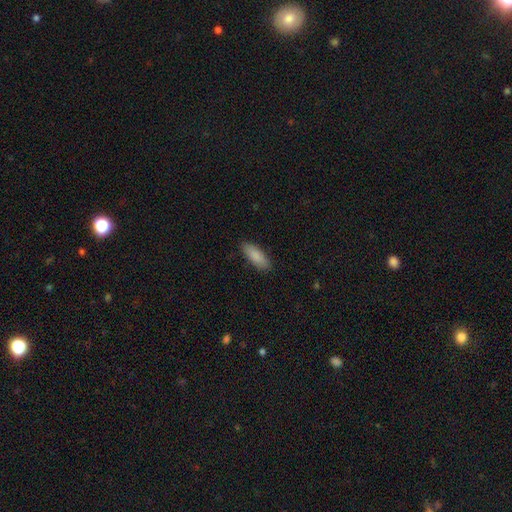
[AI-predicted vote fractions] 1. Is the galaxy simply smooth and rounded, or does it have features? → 87% smooth, 8% featured or disk, 6% star or artifact.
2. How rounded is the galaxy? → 69% in between, 30% cigar-shaped, 2% round.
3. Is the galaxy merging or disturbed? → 86% none, 10% minor disturbance, 2% major disturbance, 1% merger.